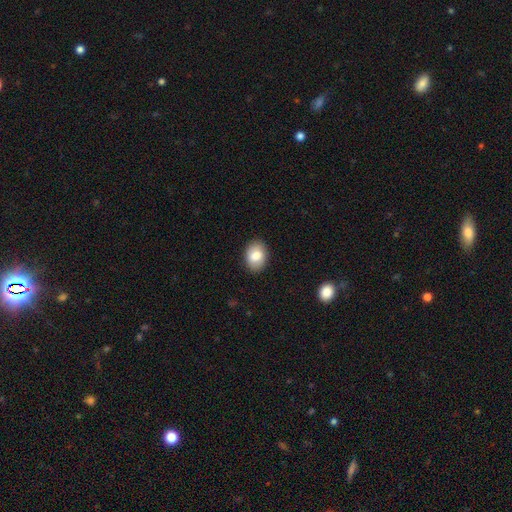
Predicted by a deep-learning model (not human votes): smooth-or-featured: smooth: 80% | featured or disk: 13% | star or artifact: 7%
  how-rounded: in between: 76% | round: 23% | cigar-shaped: 1%
  merging: none: 88% | minor disturbance: 9% | major disturbance: 2% | merger: 1%